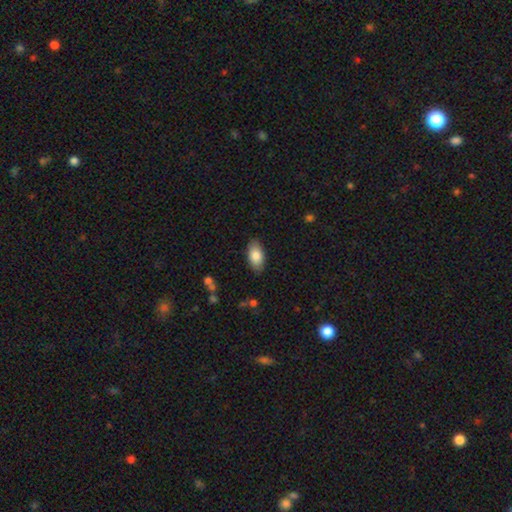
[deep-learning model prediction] Smooth or featured? Predicted: smooth (p=0.83). How rounded? Predicted: in between (p=0.93). Merging? Predicted: none (p=0.87).